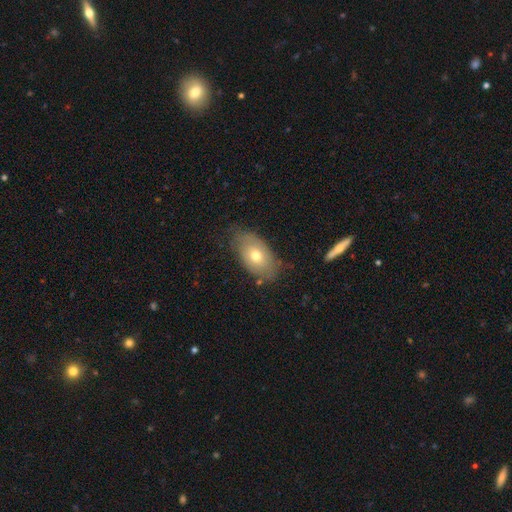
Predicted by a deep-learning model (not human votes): Overall: smooth (64%; featured or disk 28%). How rounded: in between (91%). Merging: none (71%).